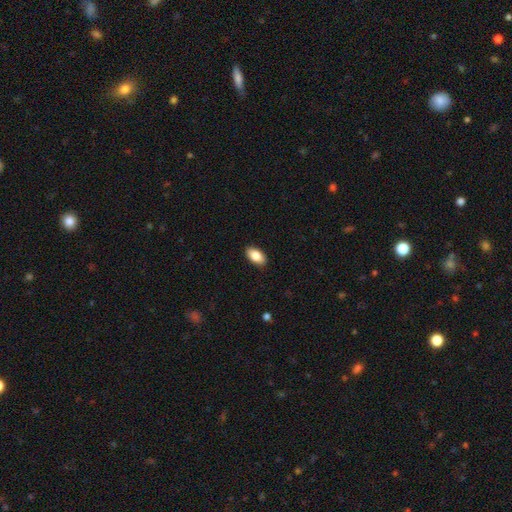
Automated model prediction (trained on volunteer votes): Smooth or featured? Predicted: smooth (p=0.85). How rounded? Predicted: in between (p=0.93). Merging? Predicted: none (p=0.90).